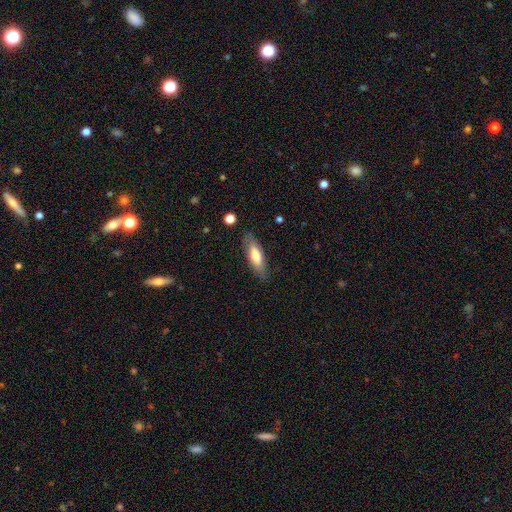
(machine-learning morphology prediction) smooth_or_featured: smooth (p=0.70) [alt: featured or disk p=0.24]
how_rounded: in between (p=0.55) [alt: cigar-shaped p=0.44]
merging: none (p=0.83) [alt: minor disturbance p=0.12]